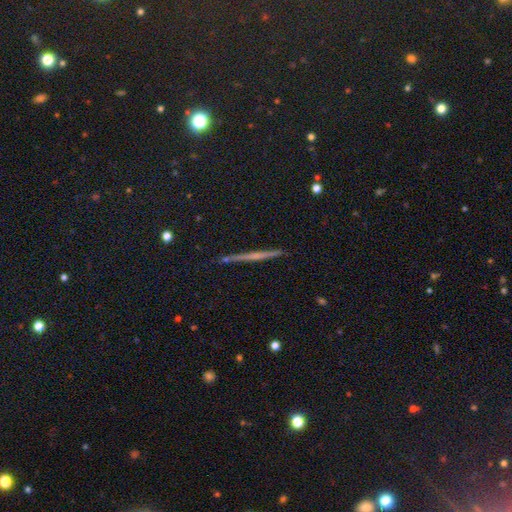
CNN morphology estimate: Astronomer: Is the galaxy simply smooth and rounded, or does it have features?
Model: featured or disk — 59%.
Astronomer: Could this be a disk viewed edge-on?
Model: yes — 98%.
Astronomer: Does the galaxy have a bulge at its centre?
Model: none — 72%.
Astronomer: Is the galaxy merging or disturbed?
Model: none — 90%.